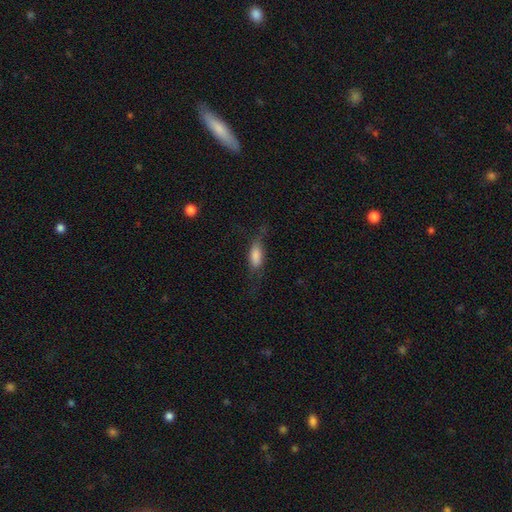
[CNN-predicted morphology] A smooth galaxy with no disk features (73%) that is in between round and cigar-shaped (73%). Merging: none (47%).